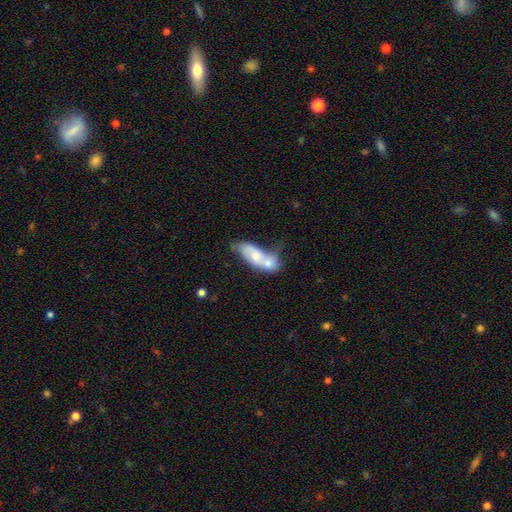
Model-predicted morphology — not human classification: This appears to be a smooth galaxy with no disk features (53%) that is in between round and cigar-shaped (76%). Merging: merger (67%).